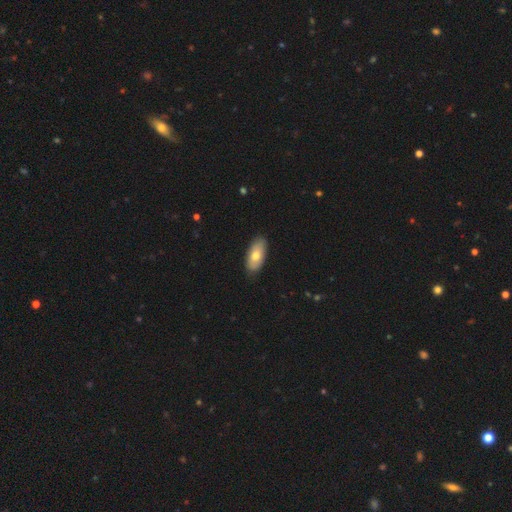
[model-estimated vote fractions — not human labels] Smooth or featured: smooth — 70% (featured or disk — 25%)
How rounded: in between — 91% (cigar-shaped — 6%)
Merging: none — 85% (minor disturbance — 12%)